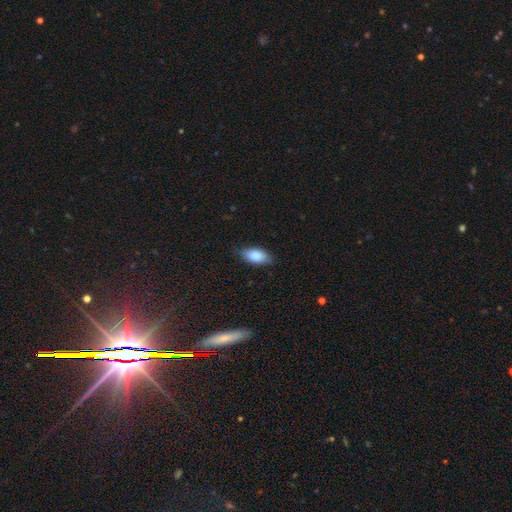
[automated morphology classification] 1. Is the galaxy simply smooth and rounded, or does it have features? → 87% smooth, 7% featured or disk, 6% star or artifact.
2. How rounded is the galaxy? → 91% in between, 6% cigar-shaped, 3% round.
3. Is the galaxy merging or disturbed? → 79% none, 16% minor disturbance, 3% major disturbance, 1% merger.